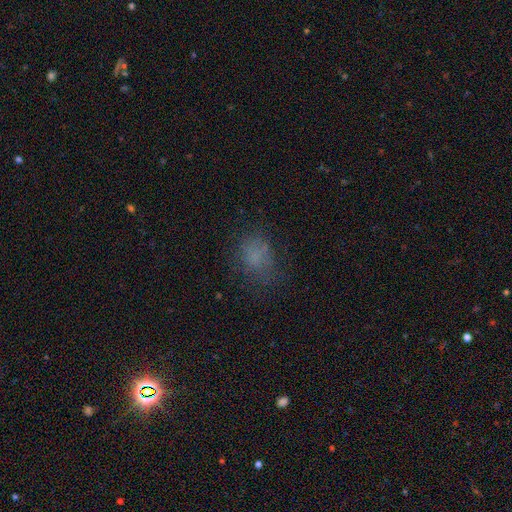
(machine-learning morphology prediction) This is likely a smooth galaxy (64%). How rounded: possibly in between (56%). Merging: likely none (61%).